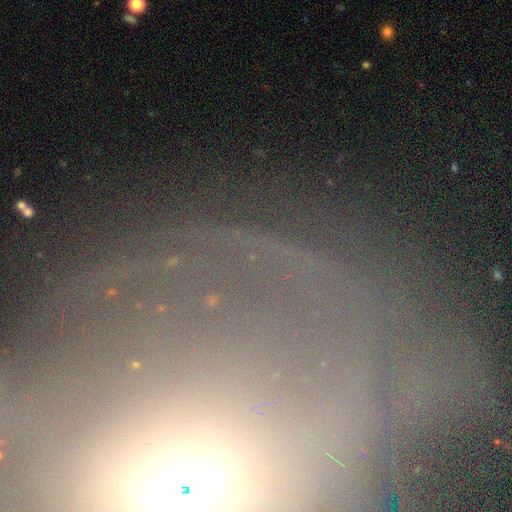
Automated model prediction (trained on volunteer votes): Smooth or featured: star or artifact — 42% (featured or disk — 39%)